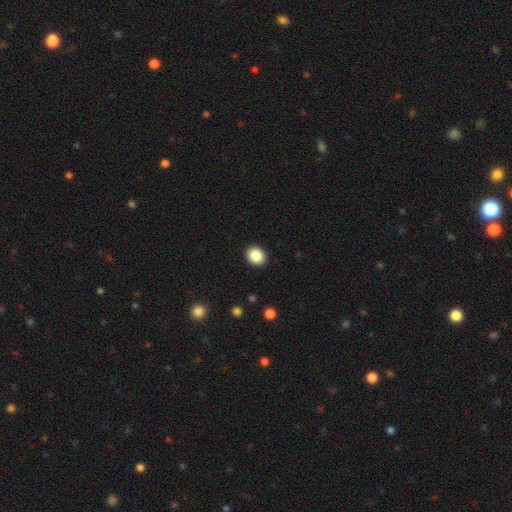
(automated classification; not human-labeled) smooth_or_featured: smooth (p=0.88) [alt: star or artifact p=0.09]
how_rounded: round (p=0.60) [alt: in between p=0.39]
merging: none (p=0.92) [alt: minor disturbance p=0.06]